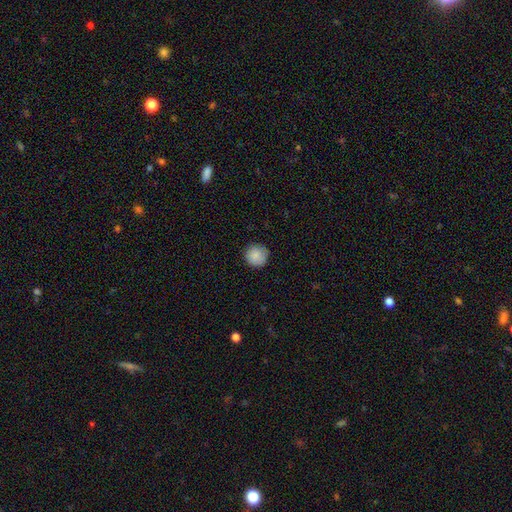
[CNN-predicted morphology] This is clearly a smooth galaxy (87%). How rounded: clearly round (95%). Merging: clearly none (87%).